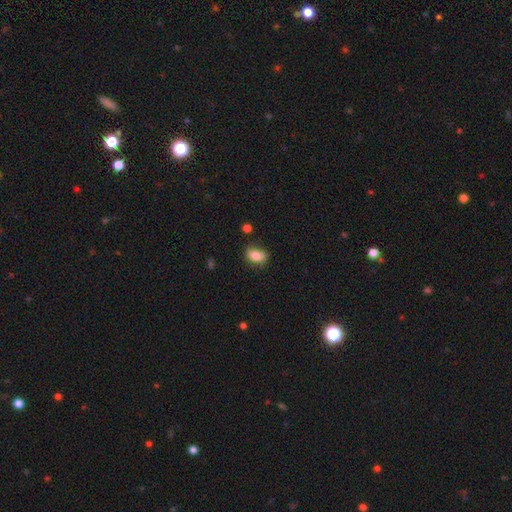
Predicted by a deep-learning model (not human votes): smooth-or-featured: smooth: 84% | star or artifact: 9% | featured or disk: 8%
  how-rounded: in between: 83% | round: 15% | cigar-shaped: 2%
  merging: none: 70% | minor disturbance: 22% | major disturbance: 5% | merger: 3%